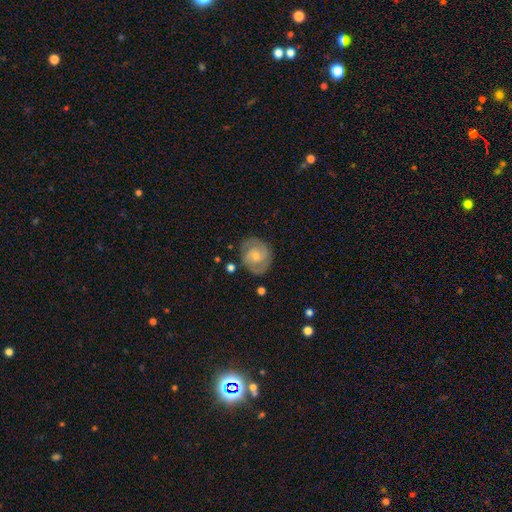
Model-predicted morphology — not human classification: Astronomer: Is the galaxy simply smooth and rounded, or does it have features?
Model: featured or disk — 71%.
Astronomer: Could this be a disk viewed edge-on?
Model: no — 98%.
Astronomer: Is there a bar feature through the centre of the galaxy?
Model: no — 65%.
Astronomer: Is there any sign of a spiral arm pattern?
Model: yes — 91%.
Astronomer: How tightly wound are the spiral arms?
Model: tight — 51% (runner-up: medium, 39%).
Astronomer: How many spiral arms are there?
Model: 2 — 73%.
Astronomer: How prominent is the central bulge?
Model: small — 53% (runner-up: moderate, 41%).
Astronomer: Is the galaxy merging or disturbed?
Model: none — 77%.